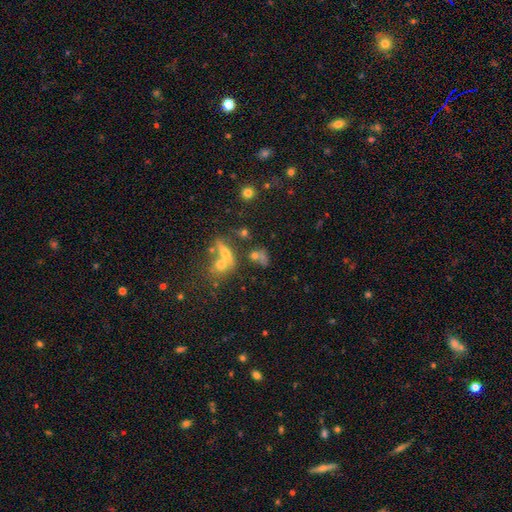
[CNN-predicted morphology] The model was most divided on "merging": merger: 40%, none: 38%, minor disturbance: 12%, major disturbance: 10%. More confident: smooth or featured — smooth (56%); how rounded — in between (53%).